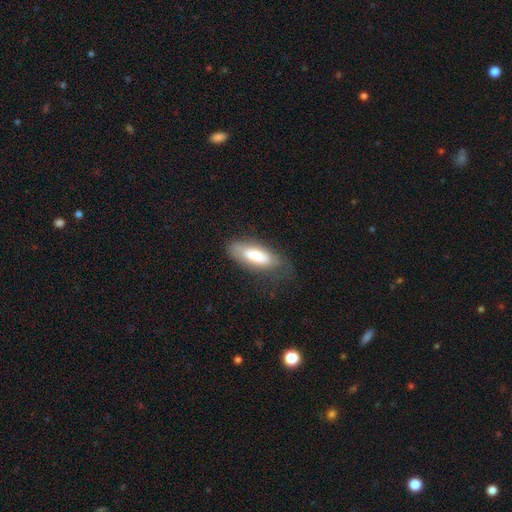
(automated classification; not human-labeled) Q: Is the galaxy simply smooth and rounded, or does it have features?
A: smooth — 73%.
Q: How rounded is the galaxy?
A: in between — 71%.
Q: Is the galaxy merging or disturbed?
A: none — 60%.